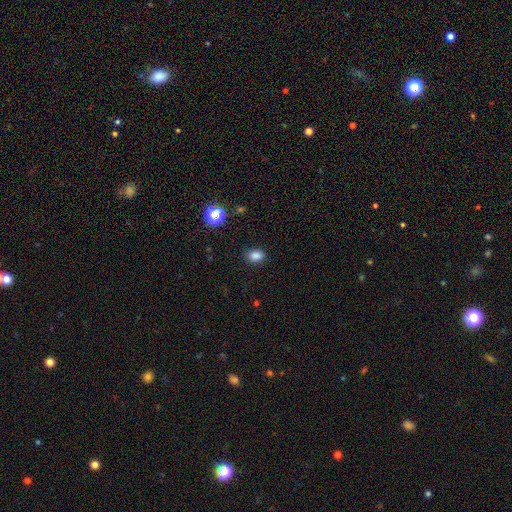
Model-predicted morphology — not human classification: type=smooth (83%); roundness=in between (70%); merging=none (86%).